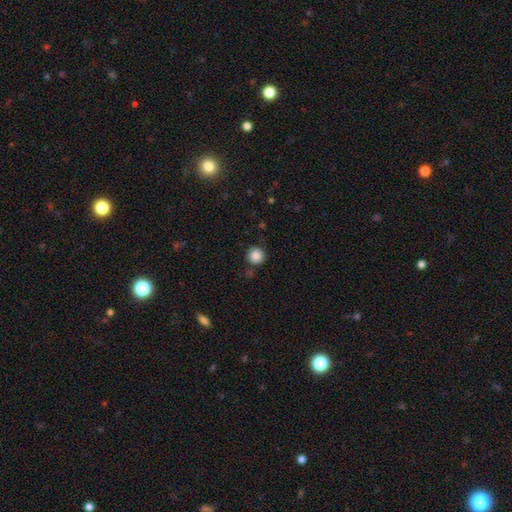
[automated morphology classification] The model was most divided on "merging": none: 82%, minor disturbance: 10%, merger: 5%, major disturbance: 3%. More confident: how rounded — round (94%); smooth or featured — smooth (87%).